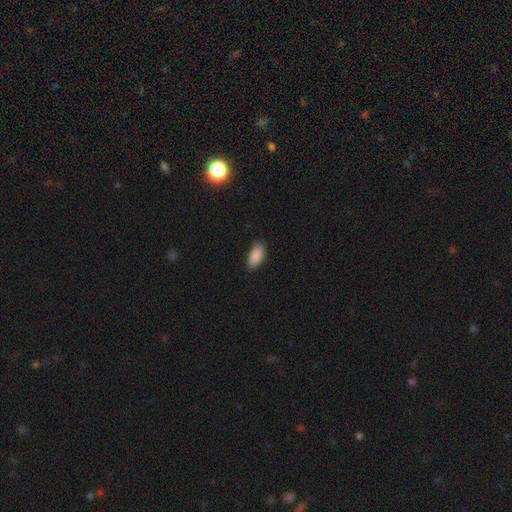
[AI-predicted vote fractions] Smooth or featured? smooth (89%)
How rounded? in between (92%)
Merging? none (83%)